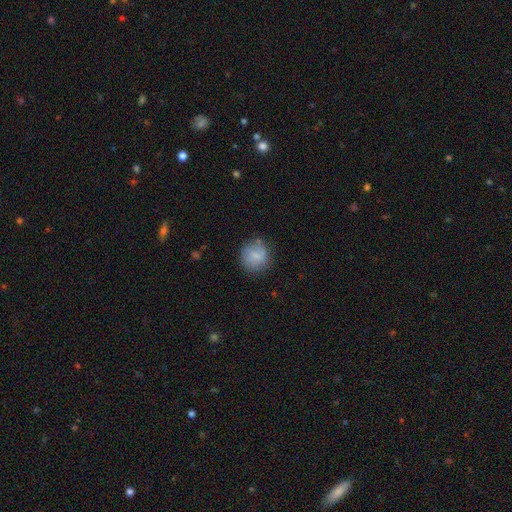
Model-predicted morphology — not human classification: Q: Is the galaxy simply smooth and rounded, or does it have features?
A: smooth — 81%.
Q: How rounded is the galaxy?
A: round — 88%.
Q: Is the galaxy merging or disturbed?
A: none — 77%.